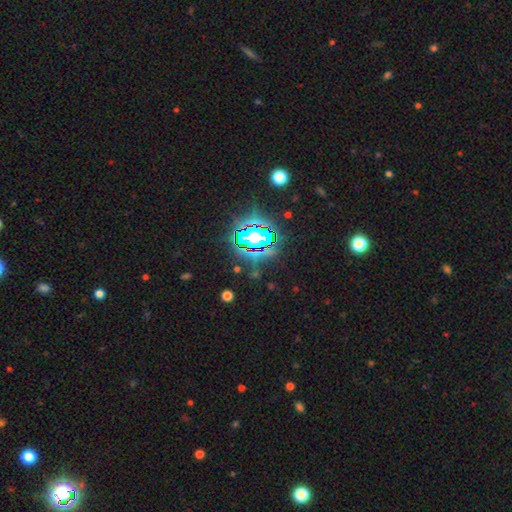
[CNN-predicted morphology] Smooth or featured?
  - star or artifact: 81% *
  - smooth: 11%
  - featured or disk: 8%